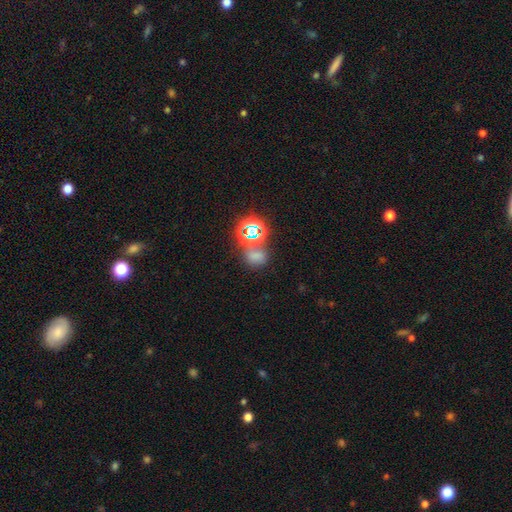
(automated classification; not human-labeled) A smooth galaxy with no disk features (54%) that is round (57%). Merging: none (50%).